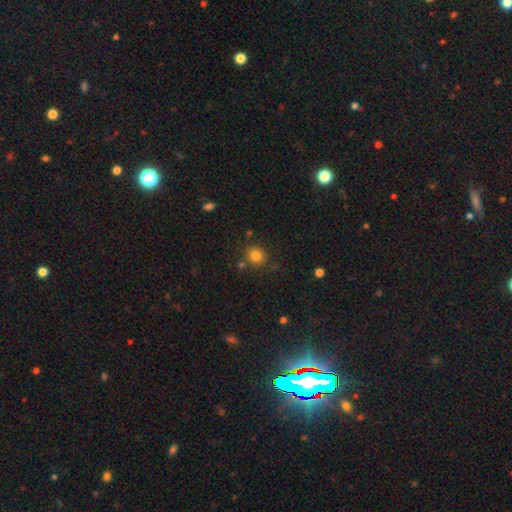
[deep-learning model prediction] A smooth galaxy with no disk features (81%) that is round (81%). Merging: none (79%).